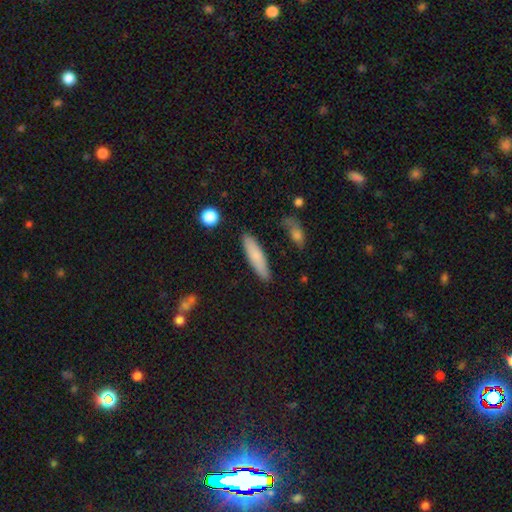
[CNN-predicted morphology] This is likely a smooth galaxy (78%). How rounded: likely cigar-shaped (75%). Merging: clearly none (85%).